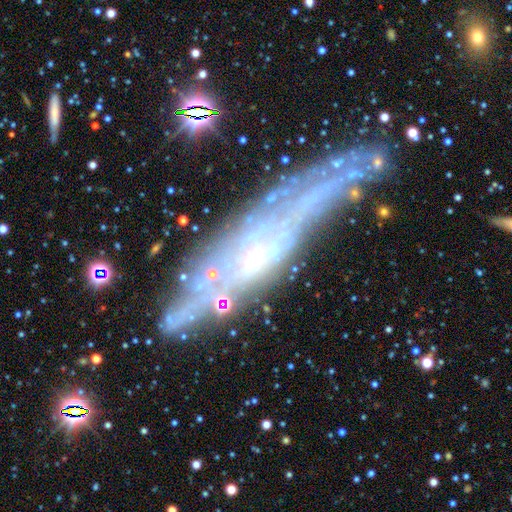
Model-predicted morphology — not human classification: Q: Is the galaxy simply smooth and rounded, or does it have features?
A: featured or disk — 66%.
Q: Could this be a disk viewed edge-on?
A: yes — 57%.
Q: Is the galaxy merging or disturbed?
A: none — 67%.